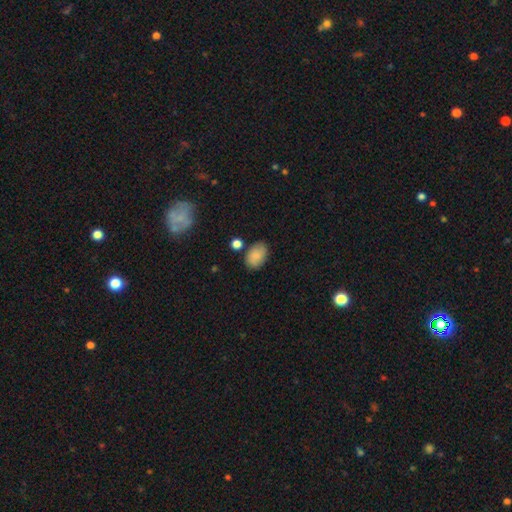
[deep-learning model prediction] Overall: smooth (79%). How rounded: in between (83%). Merging: none (73%).